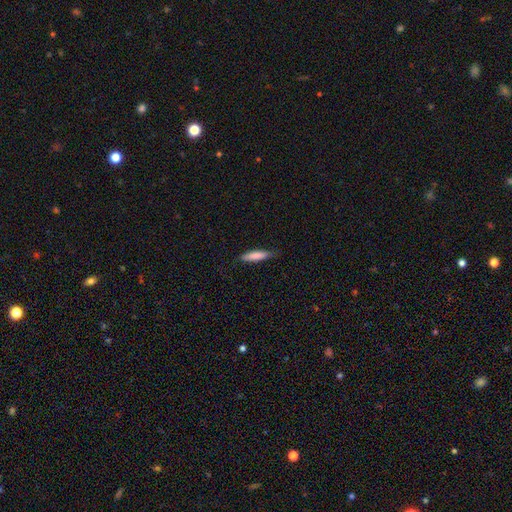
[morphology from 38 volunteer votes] A smooth galaxy with no disk features (87%) that is cigar-shaped (73%). Merging: none (84%).